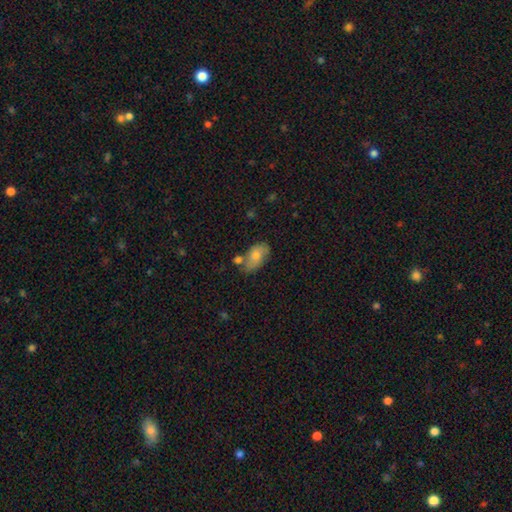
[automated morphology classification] A smooth galaxy with no disk features (73%) that is in between round and cigar-shaped (91%). Merging: none (55%).